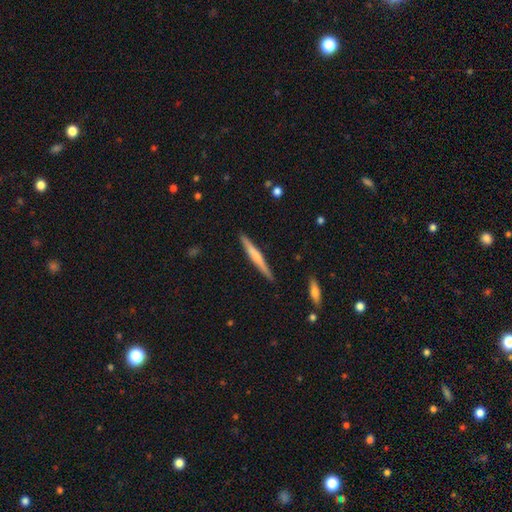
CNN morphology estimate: Smooth or featured: featured or disk — 48% (smooth — 47%)
Merging: none — 90% (minor disturbance — 8%)